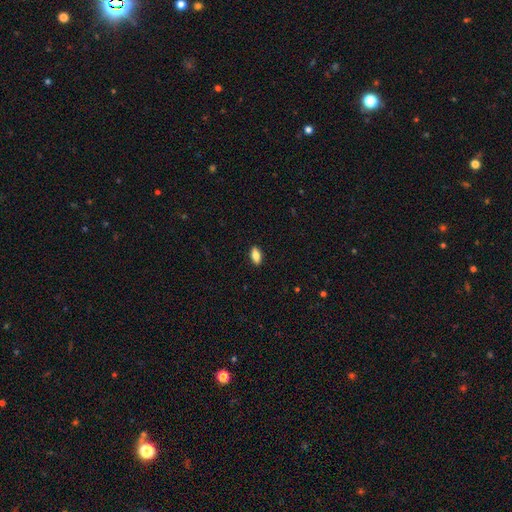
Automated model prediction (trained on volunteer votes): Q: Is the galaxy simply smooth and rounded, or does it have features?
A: smooth — 81%.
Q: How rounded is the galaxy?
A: in between — 86%.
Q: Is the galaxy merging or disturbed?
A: none — 90%.